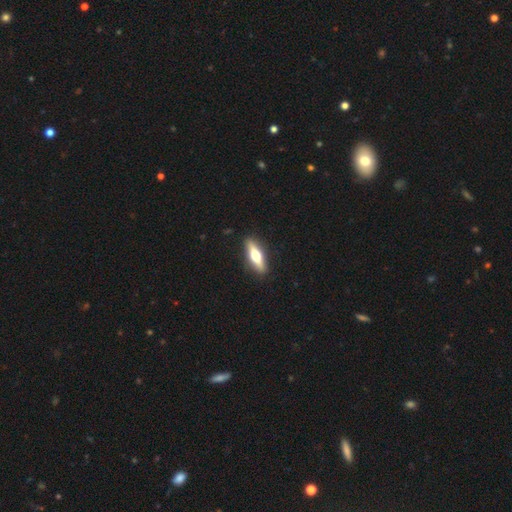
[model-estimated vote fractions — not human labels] Q: Smooth or featured?
A: featured or disk (53%); runner-up: smooth (41%)
Q: Edge-on disk?
A: yes (92%); runner-up: no (8%)
Q: Merging?
A: none (90%); runner-up: minor disturbance (7%)